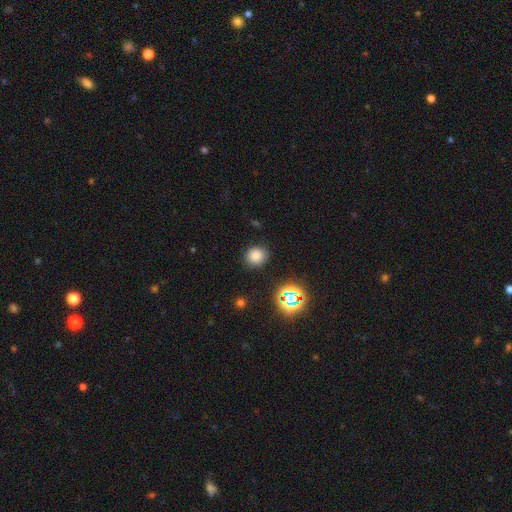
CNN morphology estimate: type=smooth (76%); roundness=round (83%); merging=none (87%).